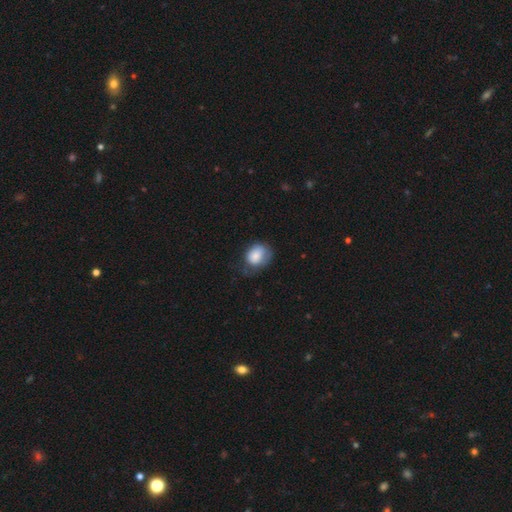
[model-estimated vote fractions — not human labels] Smooth or featured? smooth (79%)
How rounded? in between (54%)
Merging? none (42%)